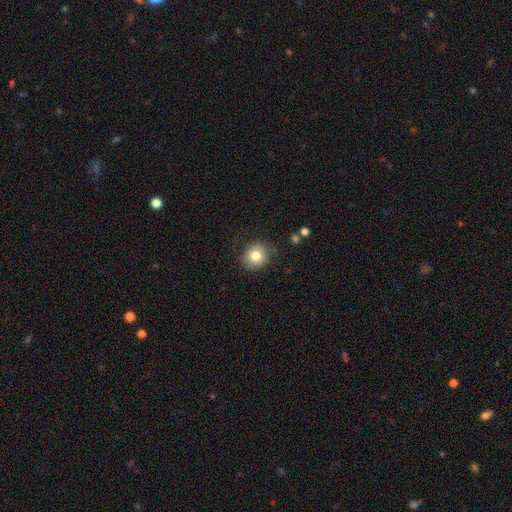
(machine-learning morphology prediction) The model was most divided on "how rounded": round: 79%, in between: 20%, cigar-shaped: 1%. More confident: smooth or featured — smooth (80%); merging — none (80%).